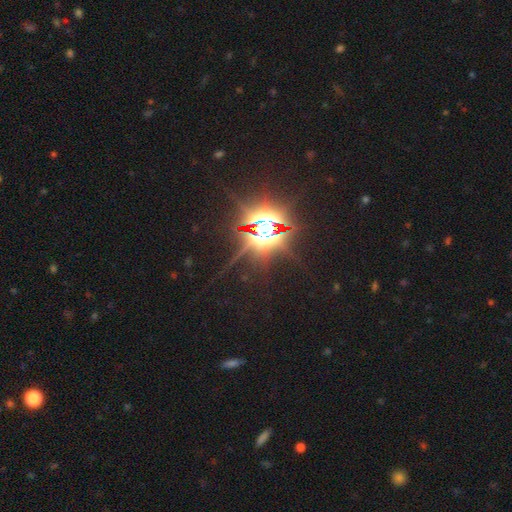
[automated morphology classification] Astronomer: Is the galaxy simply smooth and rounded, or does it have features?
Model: star or artifact — 85%.